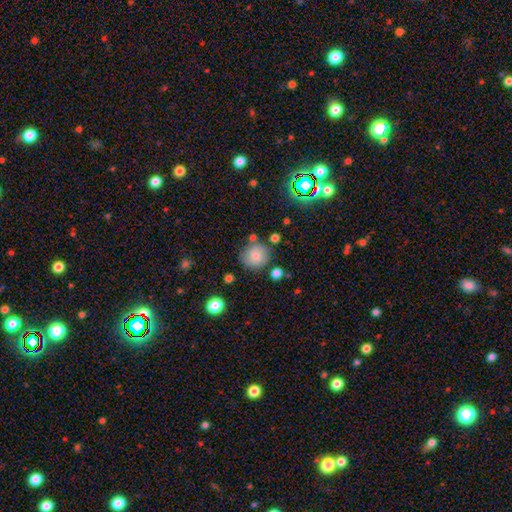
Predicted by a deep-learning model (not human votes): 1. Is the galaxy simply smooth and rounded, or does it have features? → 77% smooth, 12% featured or disk, 10% star or artifact.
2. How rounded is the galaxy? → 89% round, 10% in between, 1% cigar-shaped.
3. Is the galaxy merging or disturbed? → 76% none, 15% minor disturbance, 5% merger, 5% major disturbance.